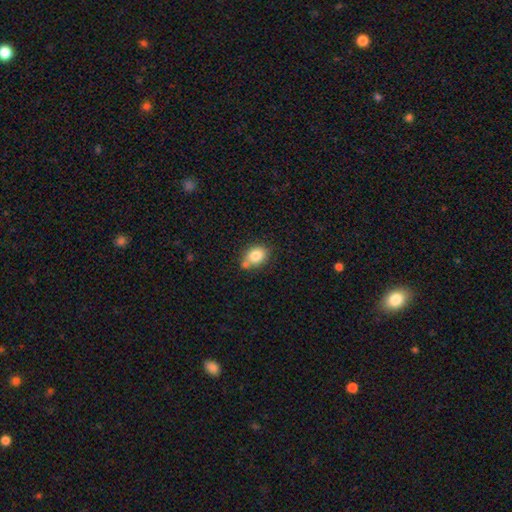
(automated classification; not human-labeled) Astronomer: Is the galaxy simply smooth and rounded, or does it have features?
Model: smooth — 81%.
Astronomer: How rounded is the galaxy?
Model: in between — 57% (runner-up: round, 42%).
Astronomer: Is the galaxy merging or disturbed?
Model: none — 55%.